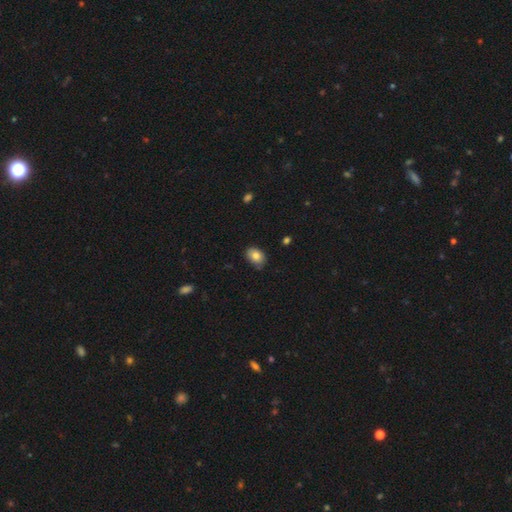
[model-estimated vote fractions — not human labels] Overall: smooth (82%). How rounded: in between (78%). Merging: none (77%).